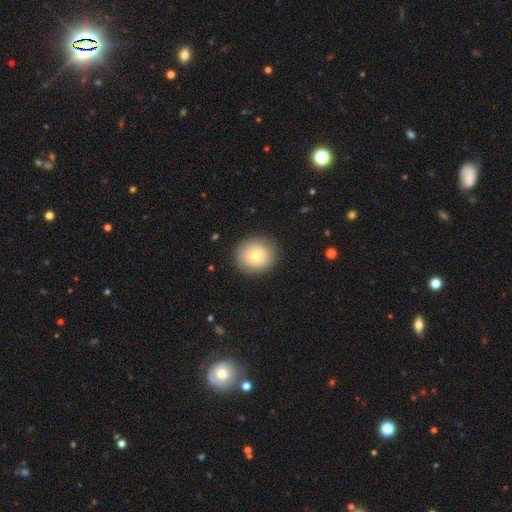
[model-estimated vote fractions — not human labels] smooth_or_featured: smooth (p=0.74) [alt: featured or disk p=0.17]
how_rounded: round (p=0.88) [alt: in between p=0.11]
merging: none (p=0.86) [alt: minor disturbance p=0.10]